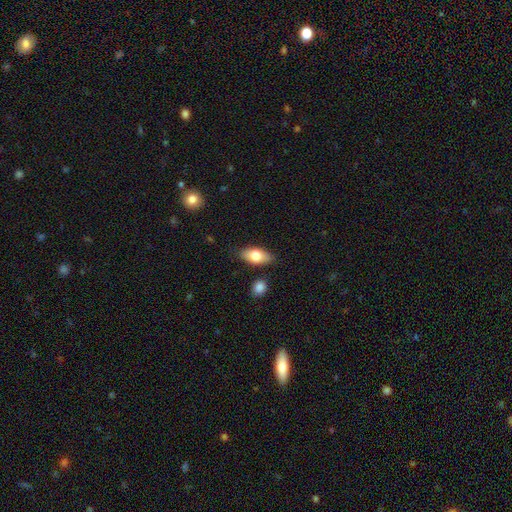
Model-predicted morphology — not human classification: Smooth or featured? Predicted: smooth (p=0.77). How rounded? Predicted: in between (p=0.88). Merging? Predicted: none (p=0.82).